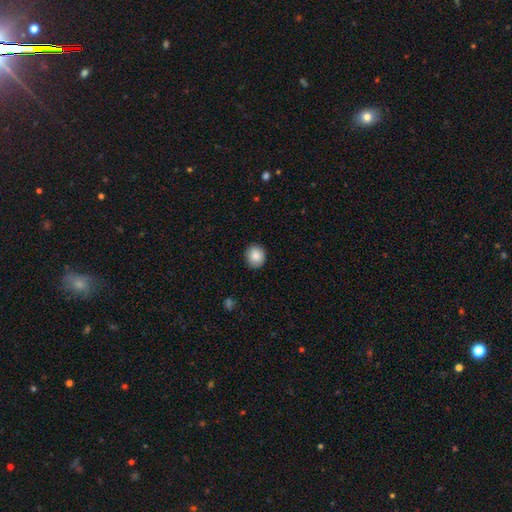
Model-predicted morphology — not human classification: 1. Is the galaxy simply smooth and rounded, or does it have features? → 87% smooth, 8% star or artifact, 5% featured or disk.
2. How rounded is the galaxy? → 77% round, 22% in between, 1% cigar-shaped.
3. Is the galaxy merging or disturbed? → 88% none, 9% minor disturbance, 2% major disturbance, 1% merger.